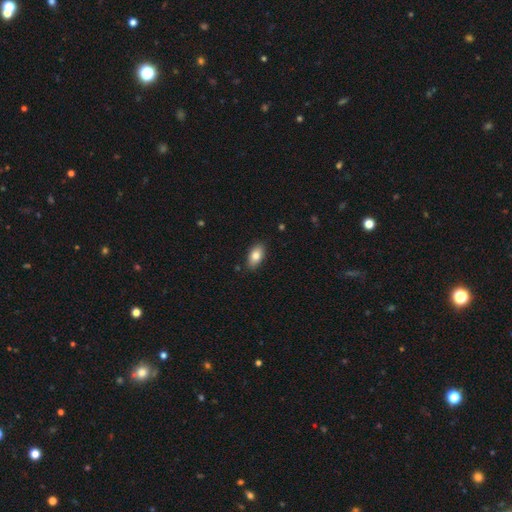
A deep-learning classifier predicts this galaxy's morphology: Smooth or featured?
  - smooth: 81% *
  - featured or disk: 12%
  - star or artifact: 7%
How rounded?
  - in between: 92% *
  - round: 4%
  - cigar-shaped: 4%
Merging?
  - none: 87% *
  - minor disturbance: 10%
  - major disturbance: 2%
  - merger: 1%